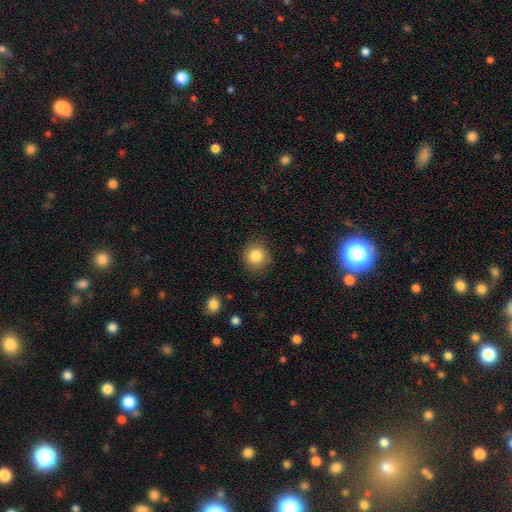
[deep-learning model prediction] smooth_or_featured: smooth (p=0.84) [alt: star or artifact p=0.10]
how_rounded: round (p=0.90) [alt: in between p=0.09]
merging: none (p=0.87) [alt: minor disturbance p=0.09]